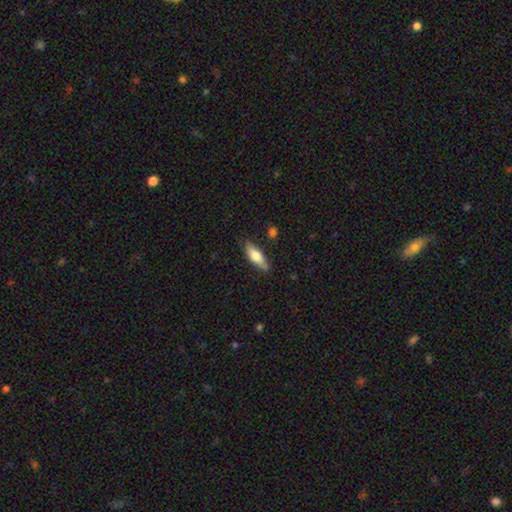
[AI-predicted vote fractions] This is likely a smooth galaxy (65%). How rounded: possibly in between (49%). Merging: clearly none (80%).